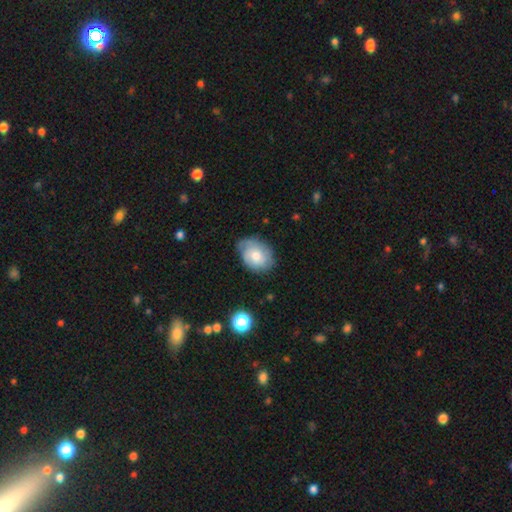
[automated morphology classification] Smooth or featured?
  - smooth: 53% *
  - featured or disk: 39%
  - star or artifact: 8%
How rounded?
  - in between: 64% *
  - round: 35%
  - cigar-shaped: 1%
Merging?
  - none: 61% *
  - minor disturbance: 30%
  - major disturbance: 8%
  - merger: 2%